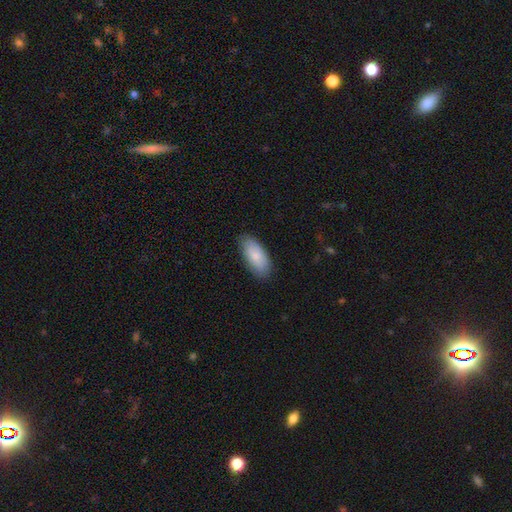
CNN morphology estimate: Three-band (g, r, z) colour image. It shows a smooth galaxy with no disk features (84%) that is in between round and cigar-shaped (91%). Merging: none (85%).